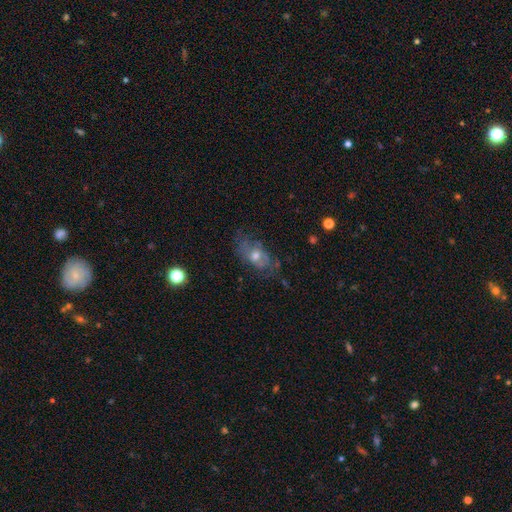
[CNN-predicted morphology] Smooth or featured? Predicted: featured or disk (p=0.56). Edge-on disk? Predicted: no (p=0.88). Merging? Predicted: none (p=0.58).